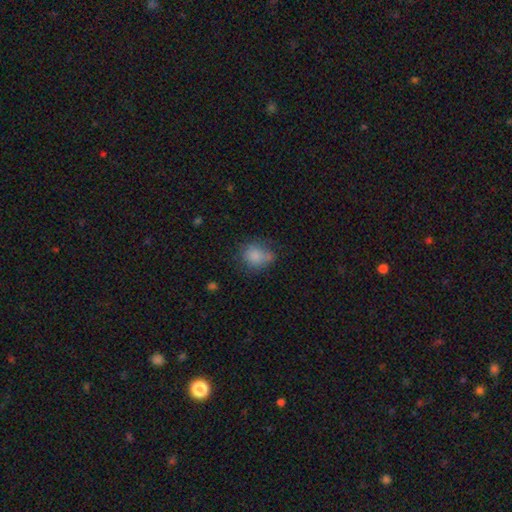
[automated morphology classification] Smooth or featured? smooth (80%)
How rounded? round (57%)
Merging? none (53%)